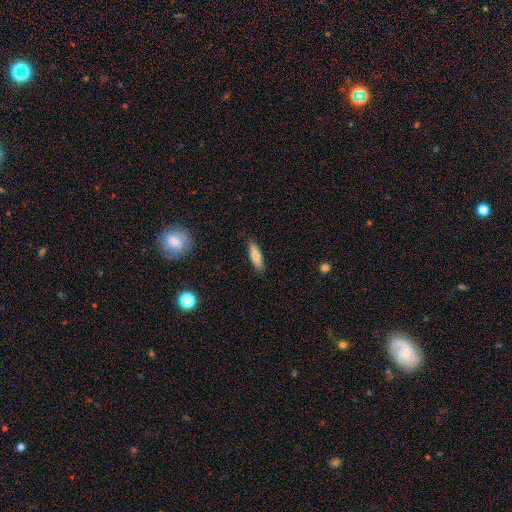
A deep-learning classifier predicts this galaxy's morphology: A smooth galaxy with no disk features (76%) that is cigar-shaped (63%).

Vote fractions:
- Smooth or featured? smooth: 76% / featured or disk: 17% / star or artifact: 7%
- How rounded? cigar-shaped: 63% / in between: 35% / round: 2%
- Merging? none: 88% / minor disturbance: 9% / major disturbance: 2% / merger: 1%